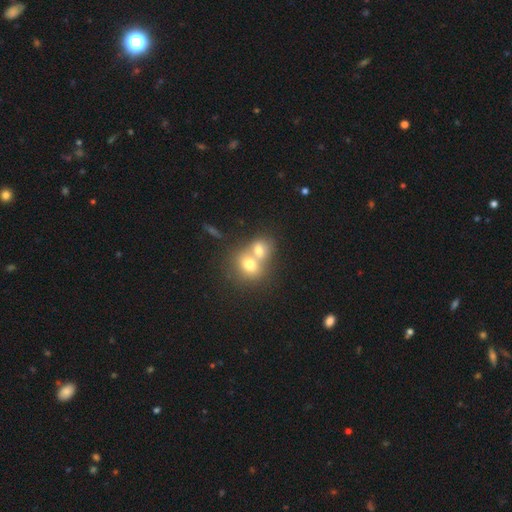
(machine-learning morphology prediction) A smooth galaxy with no disk features (65%) that is round (65%). Merging: merger (69%).